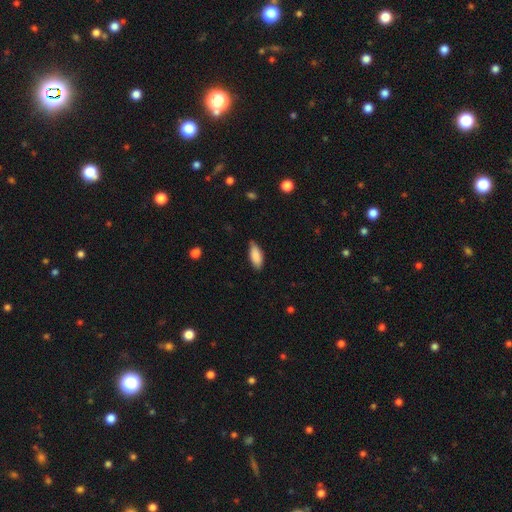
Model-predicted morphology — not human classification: Q: Smooth or featured?
A: smooth (87%); runner-up: featured or disk (6%)
Q: How rounded?
A: in between (83%); runner-up: cigar-shaped (15%)
Q: Merging?
A: none (73%); runner-up: minor disturbance (23%)